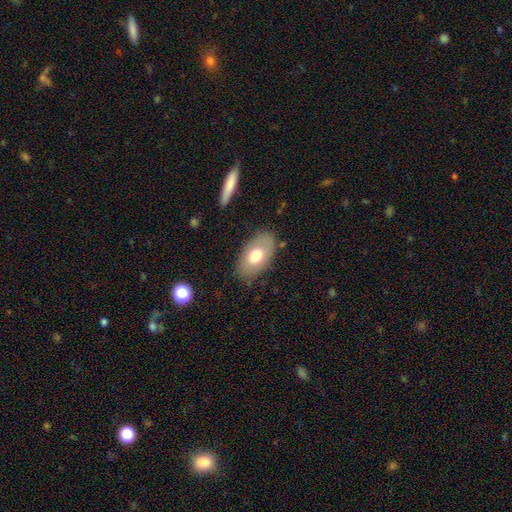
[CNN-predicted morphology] A smooth galaxy with no disk features (67%) that is in between round and cigar-shaped (92%).

Vote fractions:
- Smooth or featured? smooth: 67% / featured or disk: 26% / star or artifact: 7%
- How rounded? in between: 92% / round: 7% / cigar-shaped: 2%
- Merging? none: 78% / minor disturbance: 15% / major disturbance: 5% / merger: 2%